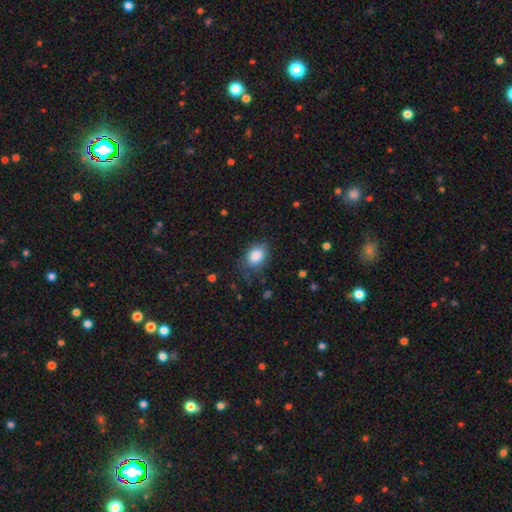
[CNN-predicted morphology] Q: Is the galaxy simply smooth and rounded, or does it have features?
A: smooth — 85%.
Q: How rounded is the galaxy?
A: in between — 79%.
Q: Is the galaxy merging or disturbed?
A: none — 68%.